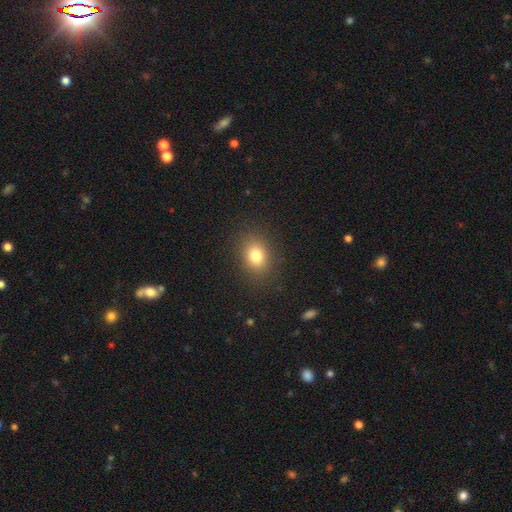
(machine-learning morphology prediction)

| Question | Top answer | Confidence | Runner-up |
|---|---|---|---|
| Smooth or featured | smooth | 79% | star or artifact (12%) |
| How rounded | in between | 56% | round (43%) |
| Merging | none | 87% | minor disturbance (8%) |